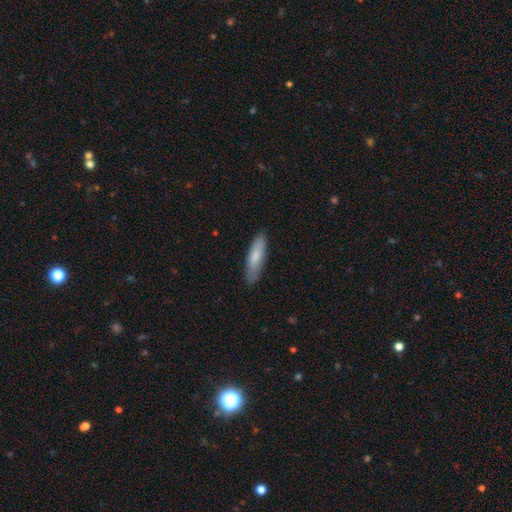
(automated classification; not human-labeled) Overall: smooth (78%). How rounded: cigar-shaped (66%; in between 32%). Merging: none (83%).